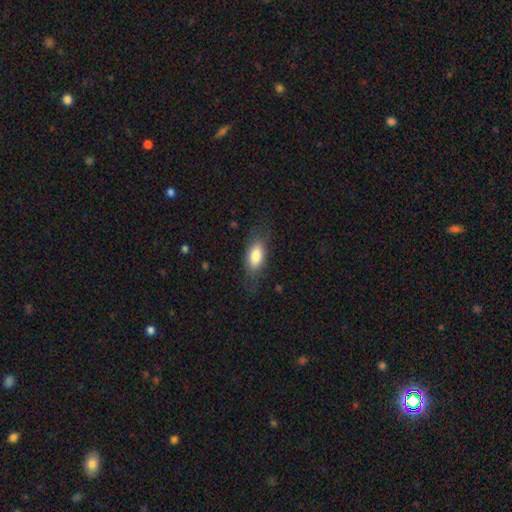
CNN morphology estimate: smooth-or-featured: smooth: 78% | featured or disk: 15% | star or artifact: 7%
  how-rounded: in between: 84% | cigar-shaped: 12% | round: 4%
  merging: none: 71% | minor disturbance: 19% | major disturbance: 9% | merger: 1%